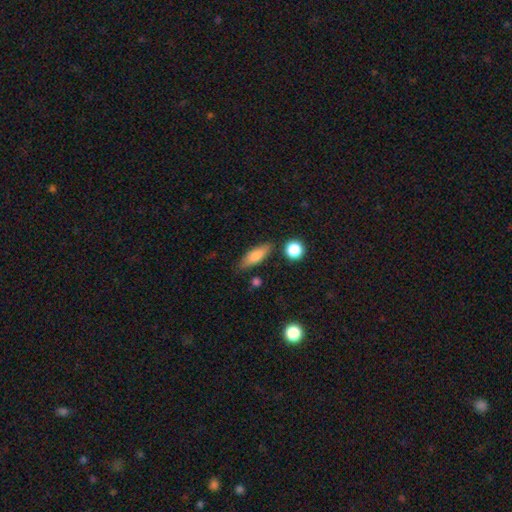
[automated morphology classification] Overall: smooth (74%). How rounded: in between (54%; cigar-shaped 42%). Merging: none (79%).